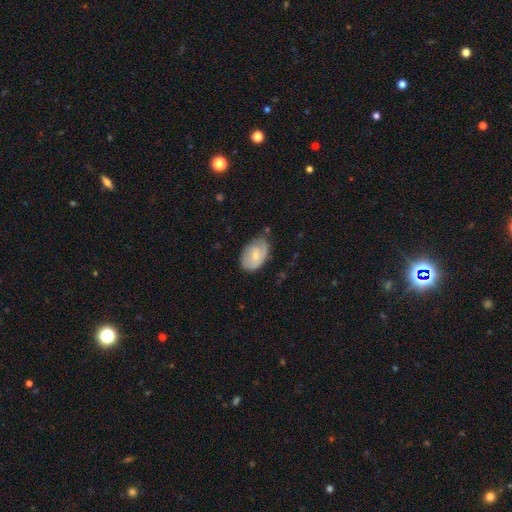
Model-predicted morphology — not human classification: A smooth galaxy with no disk features (48%).

Vote fractions:
- Smooth or featured? smooth: 48% / featured or disk: 46% / star or artifact: 6%
- Merging? none: 54% / minor disturbance: 34% / major disturbance: 10% / merger: 2%